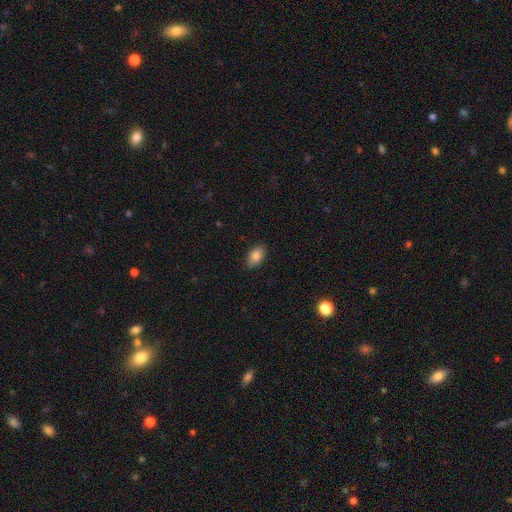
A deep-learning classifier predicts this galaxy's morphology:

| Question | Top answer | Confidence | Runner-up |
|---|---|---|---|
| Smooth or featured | smooth | 85% | star or artifact (8%) |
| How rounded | in between | 91% | round (7%) |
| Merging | none | 86% | minor disturbance (11%) |